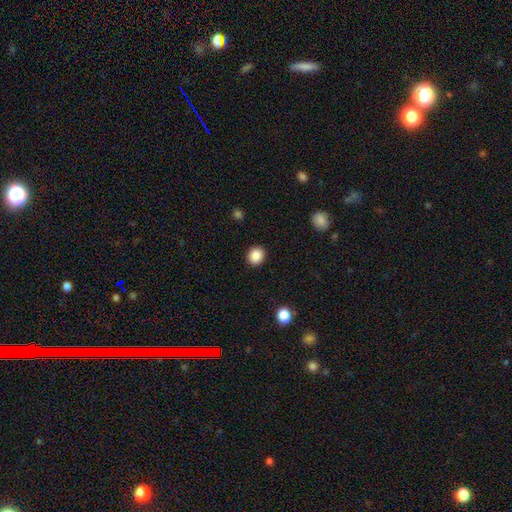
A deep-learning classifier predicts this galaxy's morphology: A smooth galaxy with no disk features (87%) that is round (82%).

Vote fractions:
- Smooth or featured? smooth: 87% / star or artifact: 9% / featured or disk: 4%
- How rounded? round: 82% / in between: 17% / cigar-shaped: 1%
- Merging? none: 91% / minor disturbance: 6% / major disturbance: 2% / merger: 1%